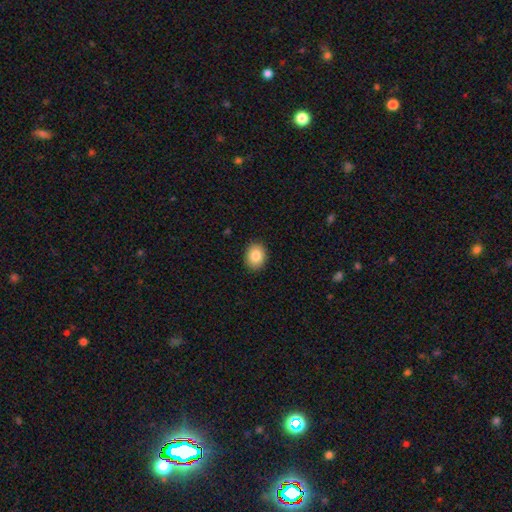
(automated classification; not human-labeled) Morphology: type=smooth (85%); roundness=in between (51%); merging=none (90%).